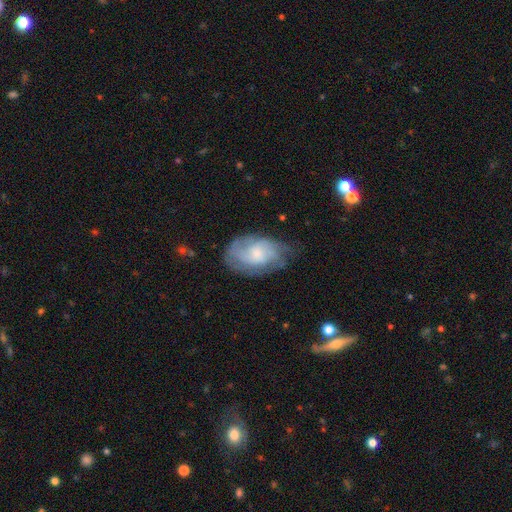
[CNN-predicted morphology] This is likely a featured or disk galaxy (65%). It is clearly not viewed edge-on (95%). Bar: likely no (64%). Spiral arm pattern: clearly yes (87%). Spiral arm count: possibly can't tell (46%). Spiral winding: possibly tight (57%). Central bulge: marginally moderate (43%). Merging: likely none (67%).